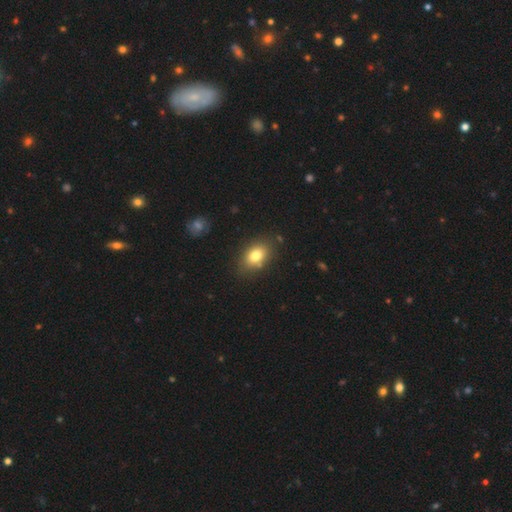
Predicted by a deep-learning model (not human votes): Q: Smooth or featured?
A: smooth (79%); runner-up: featured or disk (11%)
Q: How rounded?
A: in between (79%); runner-up: round (19%)
Q: Merging?
A: none (80%); runner-up: minor disturbance (13%)